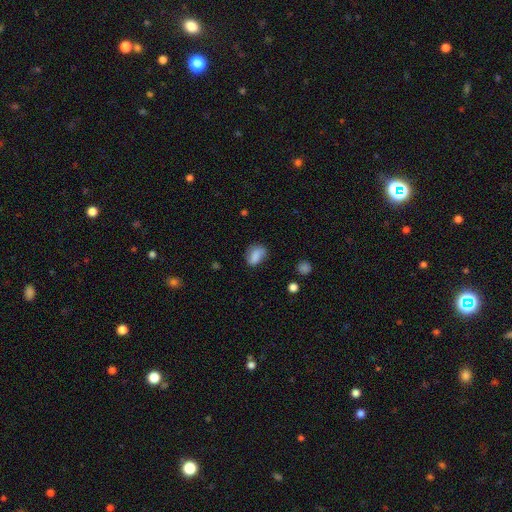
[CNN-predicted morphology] A smooth galaxy with no disk features (78%) that is in between round and cigar-shaped (77%).

Vote fractions:
- Smooth or featured? smooth: 78% / featured or disk: 12% / star or artifact: 10%
- How rounded? in between: 77% / round: 20% / cigar-shaped: 3%
- Merging? none: 59% / minor disturbance: 27% / major disturbance: 10% / merger: 4%